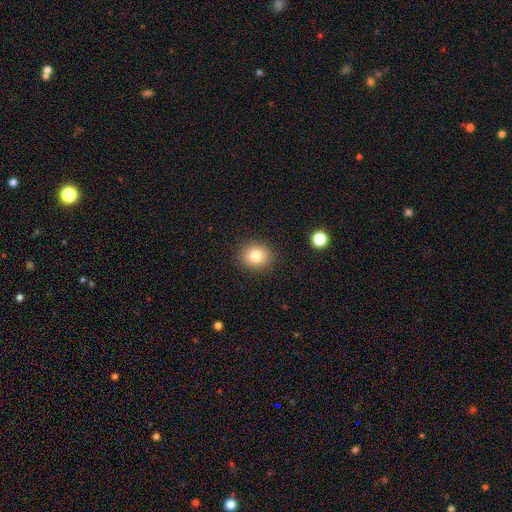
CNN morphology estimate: A smooth galaxy with no disk features (81%) that is round (74%). Merging: none (90%).